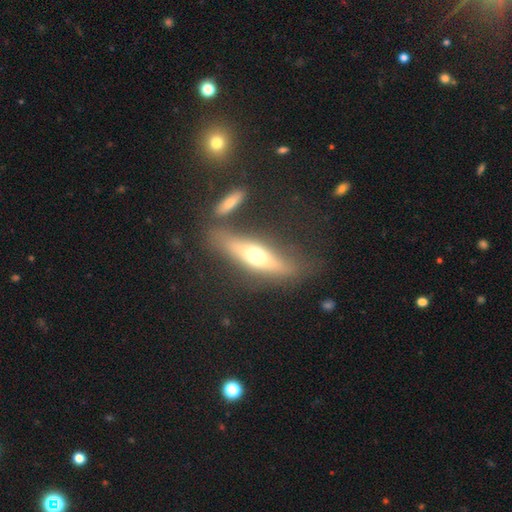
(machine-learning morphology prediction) A featured or disk galaxy (49%). Merging: none (67%).